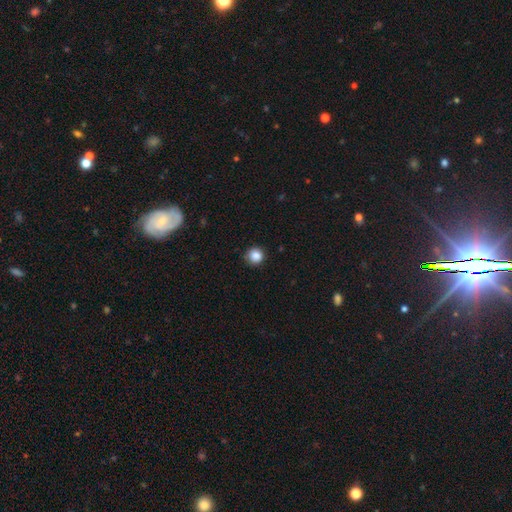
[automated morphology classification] smooth_or_featured: smooth (p=0.86) [alt: star or artifact p=0.10]
how_rounded: round (p=0.94) [alt: in between p=0.05]
merging: none (p=0.89) [alt: minor disturbance p=0.08]